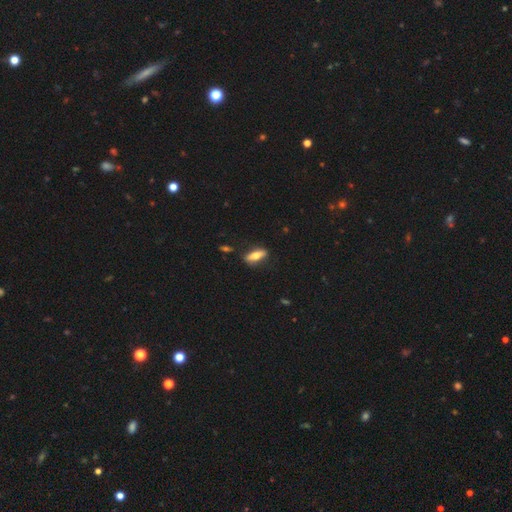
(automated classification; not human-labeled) This appears to be a smooth galaxy with no disk features (58%) that is in between round and cigar-shaped (58%). Merging: none (81%).